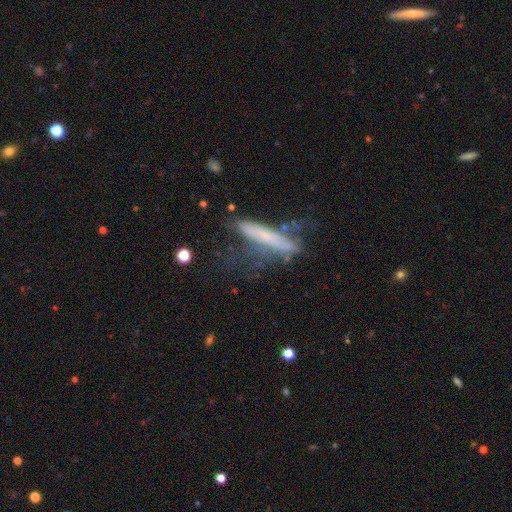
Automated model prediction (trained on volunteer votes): smooth-or-featured: featured or disk: 50% | smooth: 34% | star or artifact: 15%
  disk-edge-on: yes: 64% | no: 36%
  merging: none: 45% | major disturbance: 26% | minor disturbance: 24% | merger: 5%